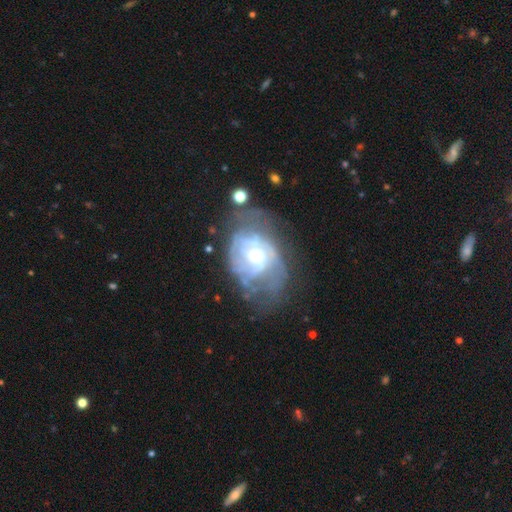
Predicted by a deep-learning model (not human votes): Overall: featured or disk (76%). Edge-on disk: no (96%). Bar: no (71%). Spiral arms: yes (73%). Spiral arm count: can't tell (55%; 2 22%). Spiral winding: tight (56%; medium 31%). Bulge size: moderate (50%; small 43%). Merging: none (41%; major disturbance 28%).